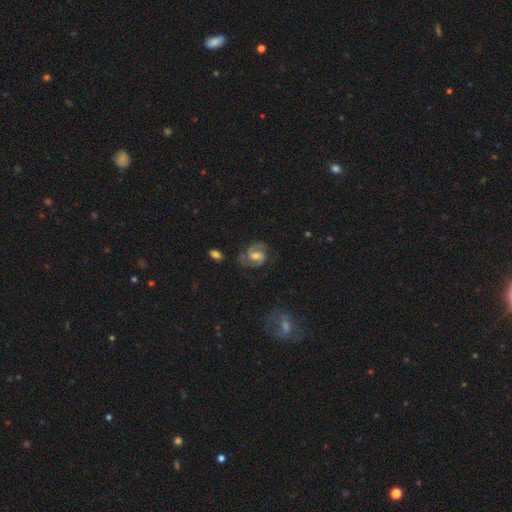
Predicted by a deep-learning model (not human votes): Smooth or featured?
  - featured or disk: 82% *
  - smooth: 12%
  - star or artifact: 6%
Edge-on disk?
  - no: 98% *
  - yes: 2%
Bar?
  - weak: 54% *
  - no: 26%
  - strong: 20%
Spiral arms?
  - yes: 95% *
  - no: 5%
Spiral winding?
  - medium: 55% *
  - tight: 28%
  - loose: 17%
Spiral arm count?
  - 2: 89% *
  - can't tell: 5%
  - 1: 3%
  - 3: 2%
  - 4: 1%
  - more than 4: 1%
Bulge size?
  - moderate: 51% *
  - small: 30%
  - large: 10%
  - none: 8%
  - dominant: 1%
Merging?
  - none: 73% *
  - minor disturbance: 17%
  - major disturbance: 8%
  - merger: 2%